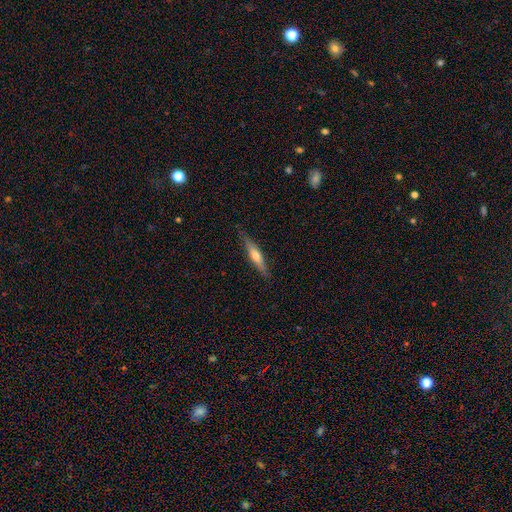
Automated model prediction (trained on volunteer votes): This is possibly a featured or disk galaxy (49%). Merging: clearly none (85%).